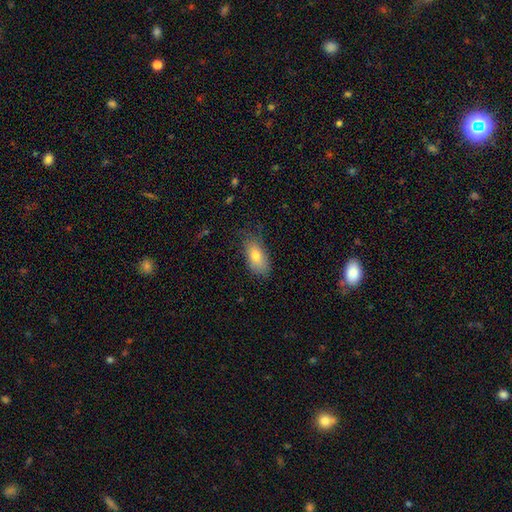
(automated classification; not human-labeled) Smooth or featured?
  - smooth: 75% *
  - featured or disk: 16%
  - star or artifact: 9%
How rounded?
  - in between: 88% *
  - cigar-shaped: 7%
  - round: 5%
Merging?
  - none: 71% *
  - minor disturbance: 22%
  - major disturbance: 5%
  - merger: 1%